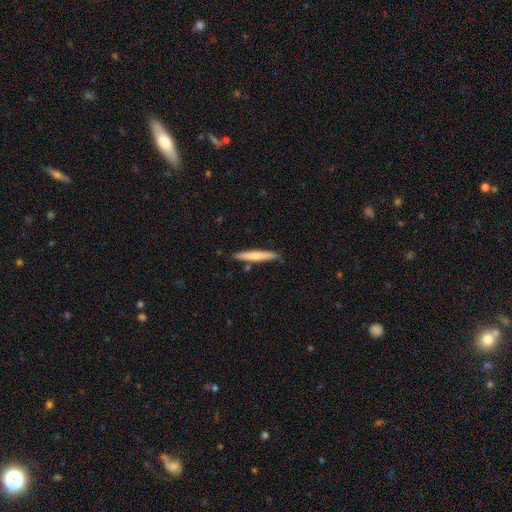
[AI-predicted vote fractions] A smooth galaxy with no disk features (64%) that is cigar-shaped (95%). Merging: none (86%).